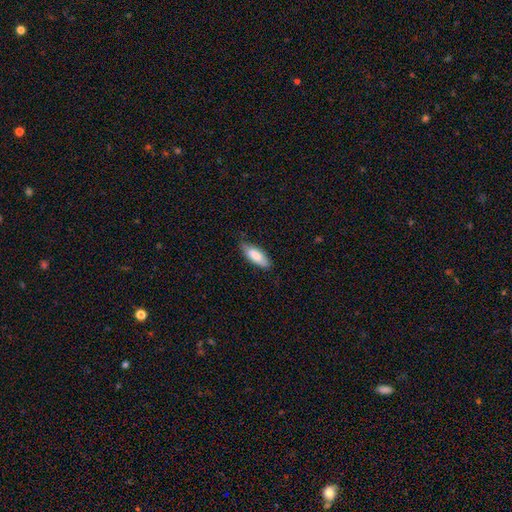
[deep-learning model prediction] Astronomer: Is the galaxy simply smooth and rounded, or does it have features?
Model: smooth — 80%.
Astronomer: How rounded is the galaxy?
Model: in between — 68%.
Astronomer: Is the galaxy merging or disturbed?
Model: none — 73%.